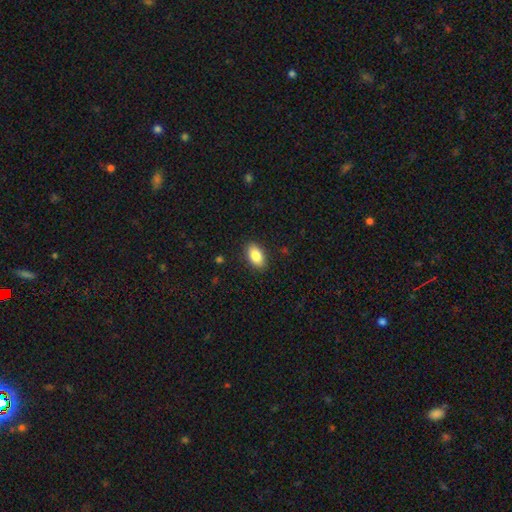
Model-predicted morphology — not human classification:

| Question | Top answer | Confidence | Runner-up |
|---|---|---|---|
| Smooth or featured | smooth | 86% | featured or disk (7%) |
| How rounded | in between | 92% | round (6%) |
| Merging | none | 89% | minor disturbance (8%) |